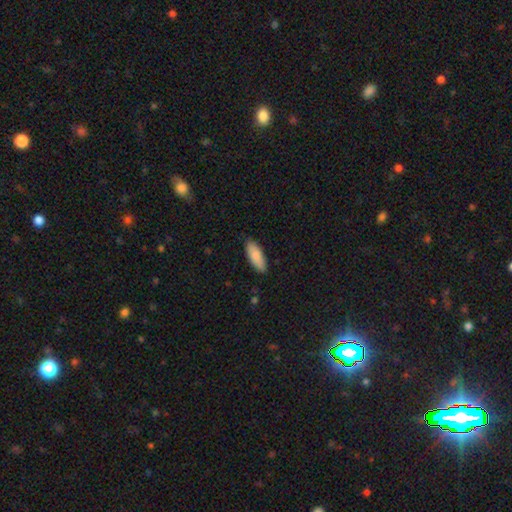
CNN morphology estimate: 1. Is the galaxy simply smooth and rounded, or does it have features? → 88% smooth, 6% featured or disk, 6% star or artifact.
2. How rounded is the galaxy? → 74% in between, 25% cigar-shaped, 2% round.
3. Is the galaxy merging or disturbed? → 87% none, 11% minor disturbance, 2% major disturbance, 1% merger.